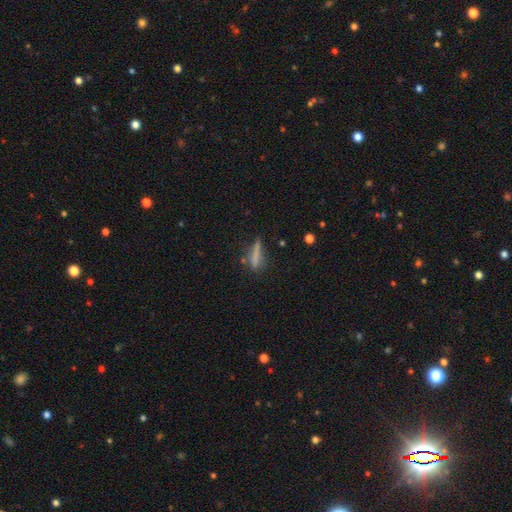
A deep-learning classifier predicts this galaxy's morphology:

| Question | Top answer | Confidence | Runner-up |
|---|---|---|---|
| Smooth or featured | smooth | 65% | featured or disk (25%) |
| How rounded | cigar-shaped | 82% | in between (15%) |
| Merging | none | 63% | minor disturbance (21%) |